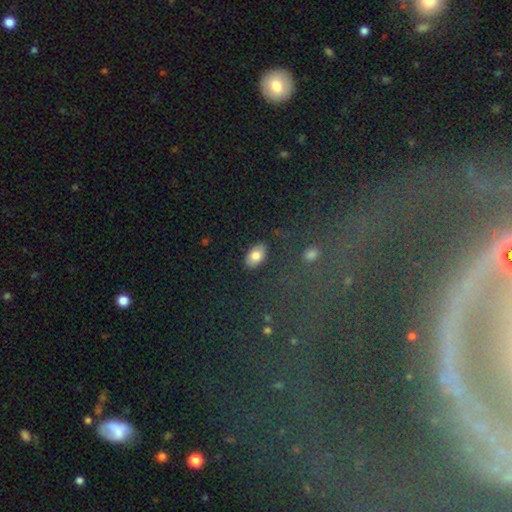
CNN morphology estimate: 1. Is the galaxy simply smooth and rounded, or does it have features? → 81% smooth, 11% featured or disk, 8% star or artifact.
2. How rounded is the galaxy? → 92% in between, 7% round, 2% cigar-shaped.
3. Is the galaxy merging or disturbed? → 86% none, 10% minor disturbance, 3% major disturbance, 2% merger.